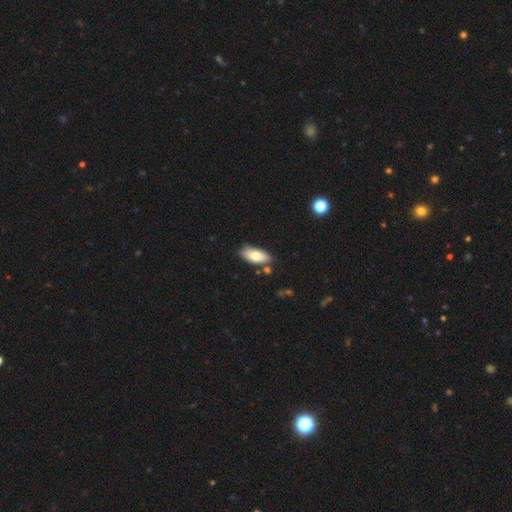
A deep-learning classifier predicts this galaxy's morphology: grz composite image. It shows a smooth galaxy with no disk features (77%) that is in between round and cigar-shaped (88%). Merging: none (77%).